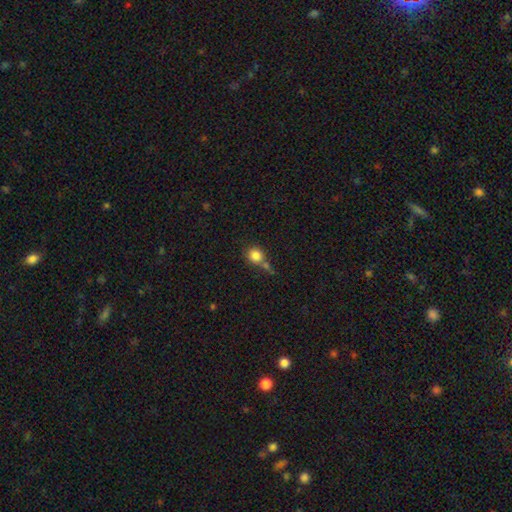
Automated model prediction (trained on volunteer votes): smooth-or-featured: smooth: 84% | star or artifact: 10% | featured or disk: 6%
  how-rounded: round: 83% | in between: 16% | cigar-shaped: 1%
  merging: none: 50% | merger: 28% | minor disturbance: 16% | major disturbance: 6%